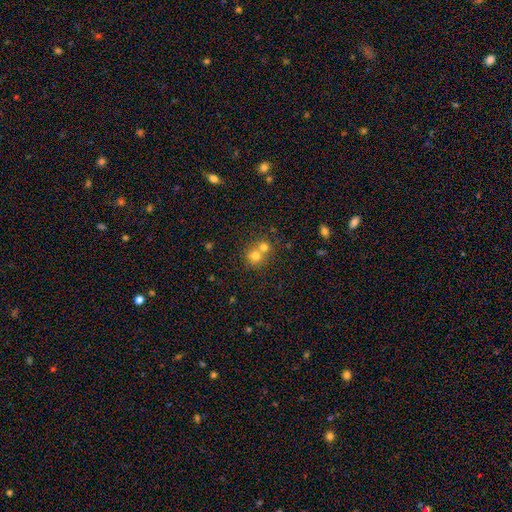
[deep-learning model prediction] This appears to be a smooth galaxy with no disk features (72%) that is round (85%). Merging: merger (52%).